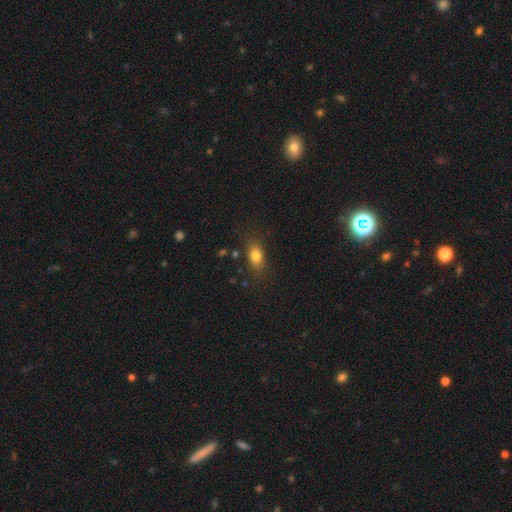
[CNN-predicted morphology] Q: Smooth or featured?
A: smooth (81%); runner-up: star or artifact (10%)
Q: How rounded?
A: in between (81%); runner-up: round (13%)
Q: Merging?
A: none (80%); runner-up: minor disturbance (14%)